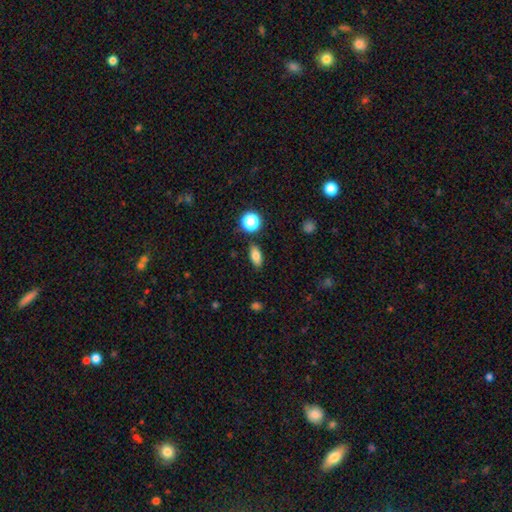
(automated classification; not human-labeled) A smooth galaxy with no disk features (78%) that is in between round and cigar-shaped (82%). Merging: none (86%).